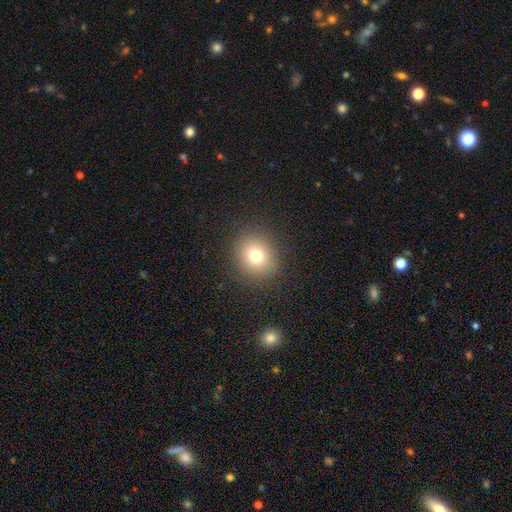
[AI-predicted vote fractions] This appears to be a smooth galaxy with no disk features (74%) that is round (79%). Merging: none (88%).